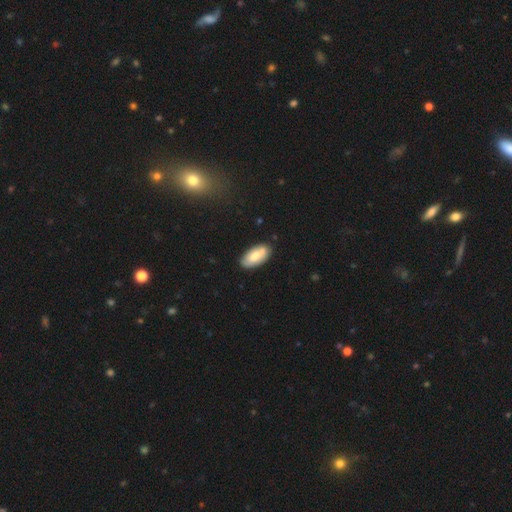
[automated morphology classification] This is likely a smooth galaxy (74%). How rounded: clearly in between (92%). Merging: clearly none (81%).